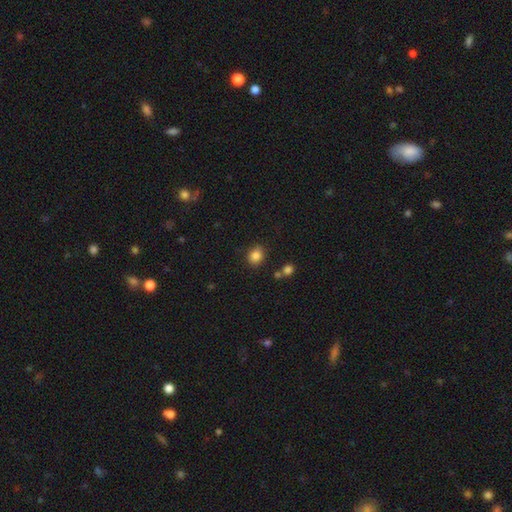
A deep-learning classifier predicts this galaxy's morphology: smooth-or-featured: smooth: 84% | star or artifact: 11% | featured or disk: 5%
  how-rounded: round: 65% | in between: 34% | cigar-shaped: 1%
  merging: none: 81% | minor disturbance: 11% | merger: 5% | major disturbance: 3%